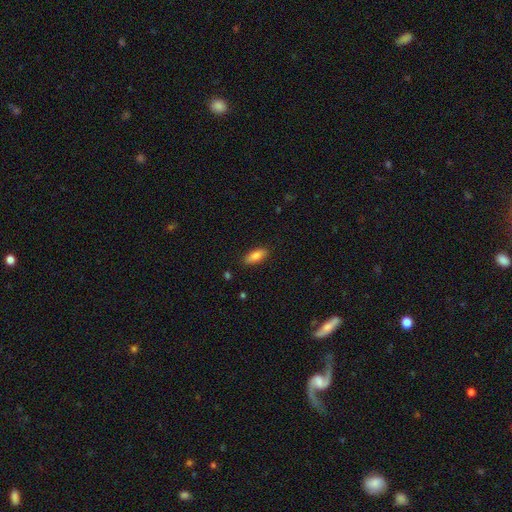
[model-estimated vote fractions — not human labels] Smooth or featured?
  - smooth: 84% *
  - featured or disk: 9%
  - star or artifact: 7%
How rounded?
  - in between: 76% *
  - cigar-shaped: 21%
  - round: 2%
Merging?
  - none: 87% *
  - minor disturbance: 9%
  - major disturbance: 2%
  - merger: 1%